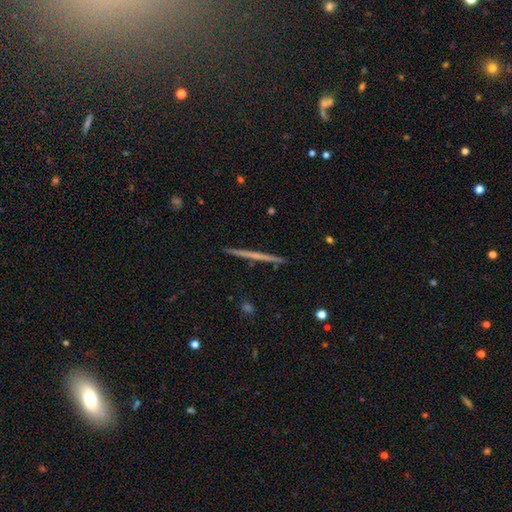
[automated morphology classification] The model was most divided on "smooth or featured": featured or disk: 58%, smooth: 37%, star or artifact: 6%. More confident: edge-on disk — yes (98%); merging — none (93%); edge-on bulge — none (88%).